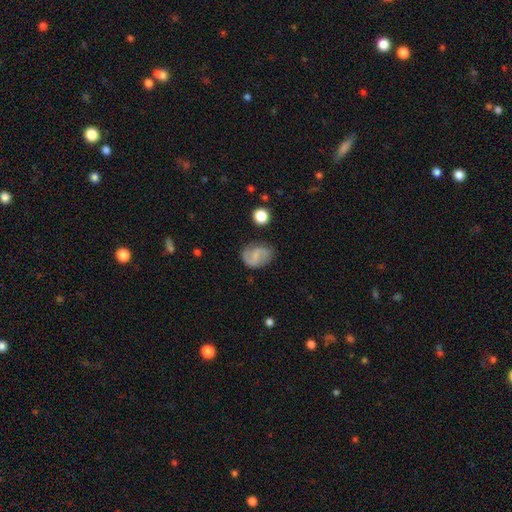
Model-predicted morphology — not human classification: type=featured or disk (56%); edge-on=no (97%); bar=weak (51%); spiral arms=yes (86%); bulge=small (46%); merging=none (71%).